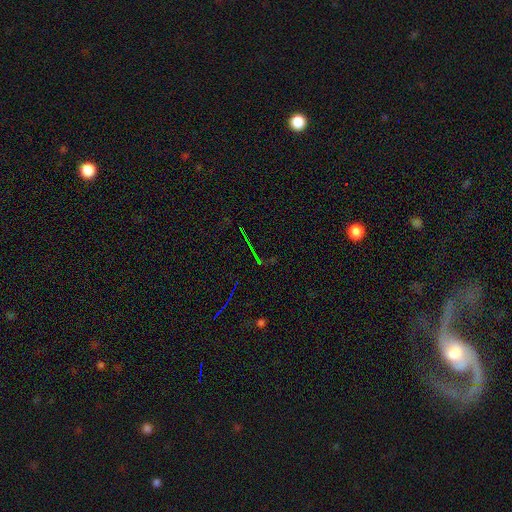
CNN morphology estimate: smooth-or-featured: star or artifact: 76% | featured or disk: 14% | smooth: 11%